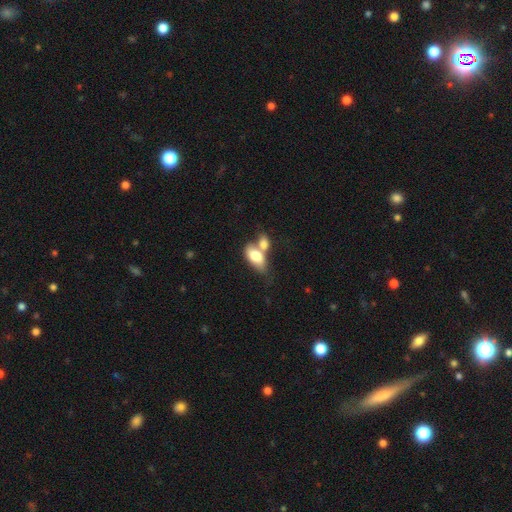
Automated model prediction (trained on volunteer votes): A smooth galaxy with no disk features (73%) that is in between round and cigar-shaped (88%).

Vote fractions:
- Smooth or featured? smooth: 73% / featured or disk: 21% / star or artifact: 6%
- How rounded? in between: 88% / round: 7% / cigar-shaped: 5%
- Merging? merger: 63% / none: 21% / minor disturbance: 10% / major disturbance: 6%